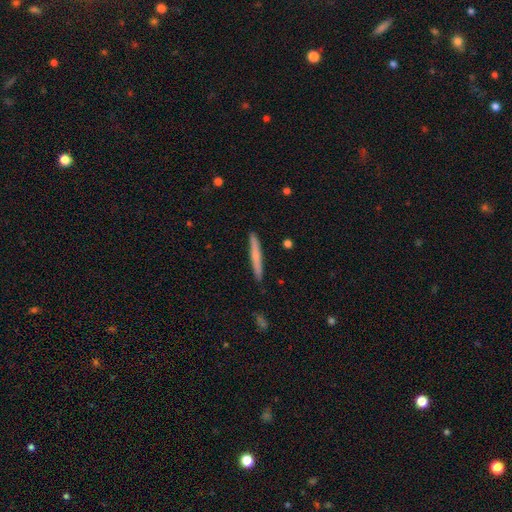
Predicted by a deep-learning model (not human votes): smooth_or_featured: smooth (p=0.64) [alt: featured or disk p=0.31]
how_rounded: cigar-shaped (p=0.96) [alt: in between p=0.02]
merging: none (p=0.91) [alt: minor disturbance p=0.07]